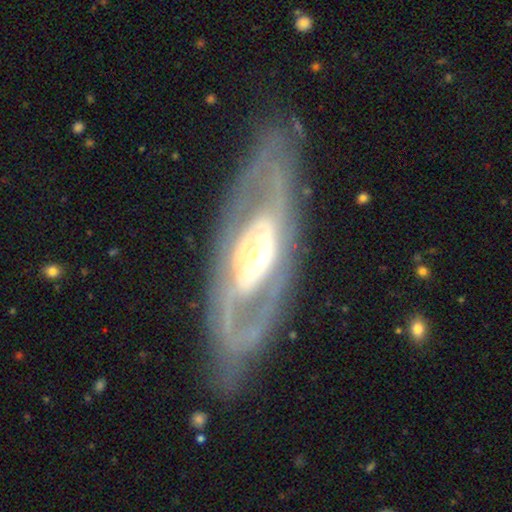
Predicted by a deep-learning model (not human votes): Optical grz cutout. It shows a featured or disk galaxy (85%) with no bar (51%), 2 (65%) tight (45%) spiral arms (76%) and a moderate central bulge (56%). Merging: none (78%).